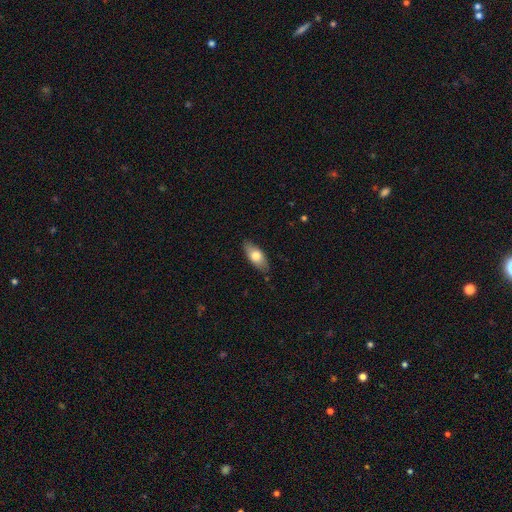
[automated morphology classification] smooth 71%, featured or disk 23%, star or artifact 6%. Down the decision tree: how rounded — in between (83%); merging — none (84%).